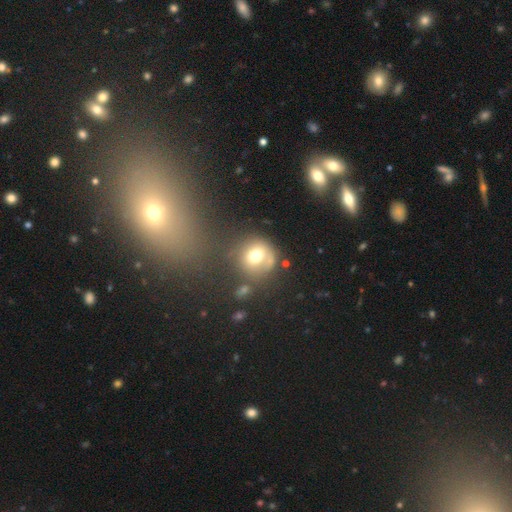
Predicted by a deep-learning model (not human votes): This appears to be a smooth galaxy with no disk features (66%) that is round (83%). Merging: none (52%).